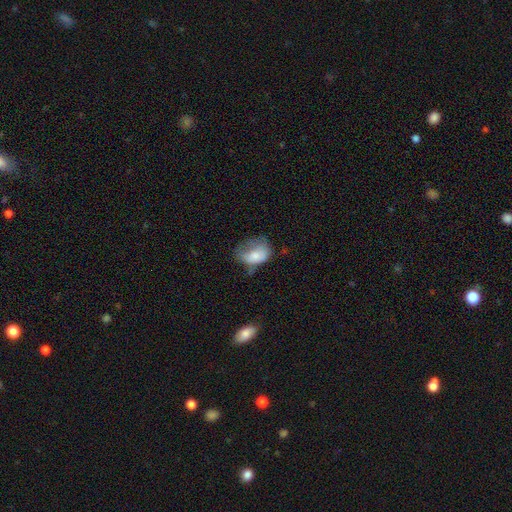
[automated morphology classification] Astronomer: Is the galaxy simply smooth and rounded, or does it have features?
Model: smooth — 68%.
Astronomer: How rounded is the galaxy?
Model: in between — 73%.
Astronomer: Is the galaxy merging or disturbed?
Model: major disturbance — 40% (runner-up: minor disturbance, 32%).